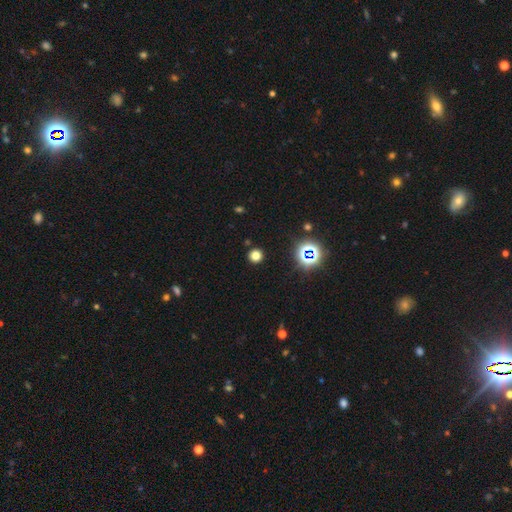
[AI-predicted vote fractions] A smooth galaxy with no disk features (73%) that is round (94%).

Vote fractions:
- Smooth or featured? smooth: 73% / star or artifact: 22% / featured or disk: 5%
- How rounded? round: 94% / in between: 5% / cigar-shaped: 1%
- Merging? none: 91% / minor disturbance: 5% / major disturbance: 2% / merger: 2%